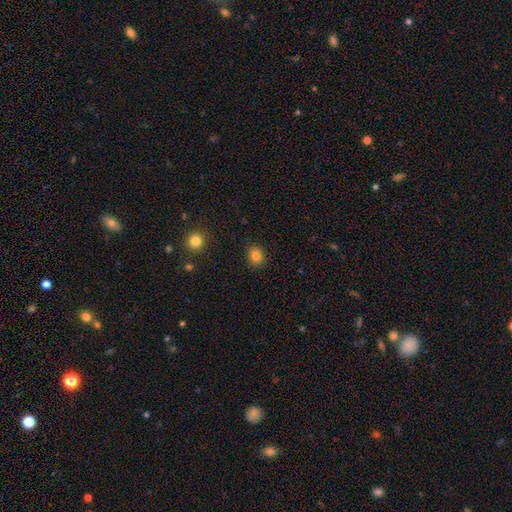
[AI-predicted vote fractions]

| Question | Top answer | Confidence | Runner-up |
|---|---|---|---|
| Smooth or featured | smooth | 83% | star or artifact (12%) |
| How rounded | round | 71% | in between (29%) |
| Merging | none | 90% | minor disturbance (7%) |